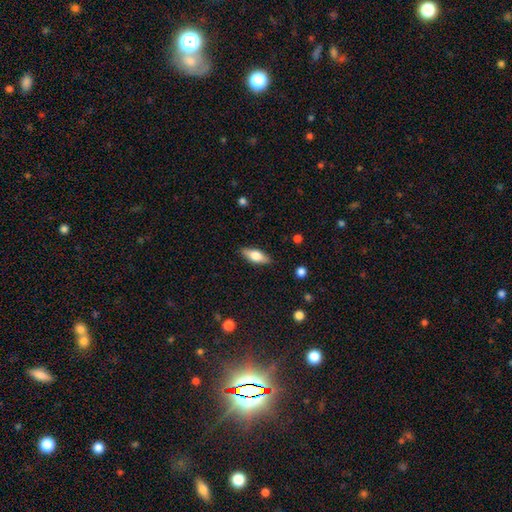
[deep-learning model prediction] Q: Smooth or featured?
A: smooth (62%); runner-up: featured or disk (32%)
Q: How rounded?
A: in between (70%); runner-up: cigar-shaped (27%)
Q: Merging?
A: none (87%); runner-up: minor disturbance (10%)